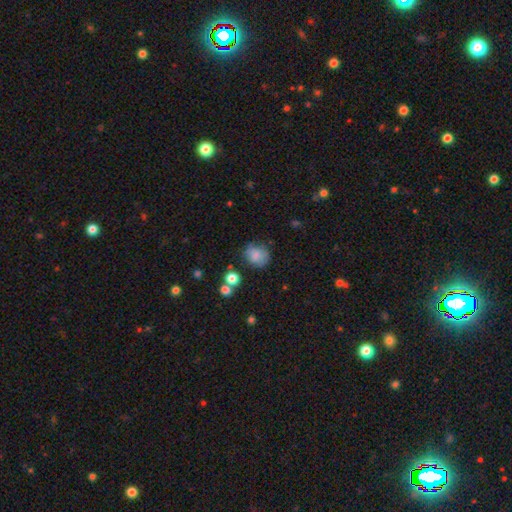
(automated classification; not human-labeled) This is likely a smooth galaxy (80%). How rounded: likely round (71%). Merging: likely none (66%).